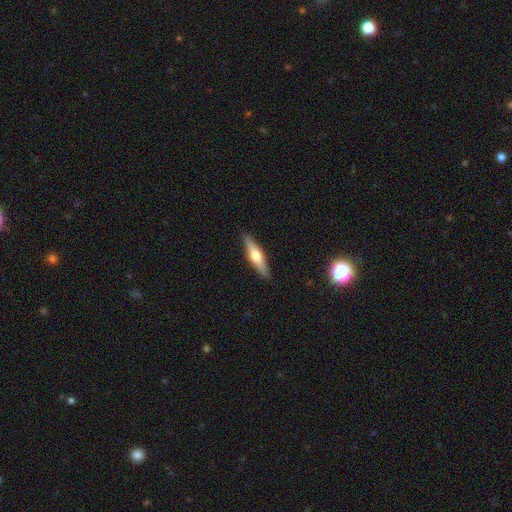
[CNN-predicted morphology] A smooth galaxy with no disk features (50%).

Vote fractions:
- Smooth or featured? smooth: 50% / featured or disk: 44% / star or artifact: 6%
- Merging? none: 89% / minor disturbance: 8% / major disturbance: 2% / merger: 1%